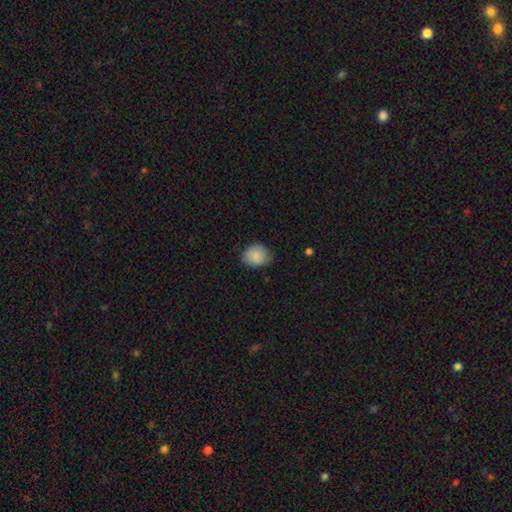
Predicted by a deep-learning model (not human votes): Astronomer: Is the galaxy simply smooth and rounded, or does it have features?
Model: smooth — 87%.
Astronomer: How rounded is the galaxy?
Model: round — 61% (runner-up: in between, 38%).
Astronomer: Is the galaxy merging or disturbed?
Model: none — 74%.